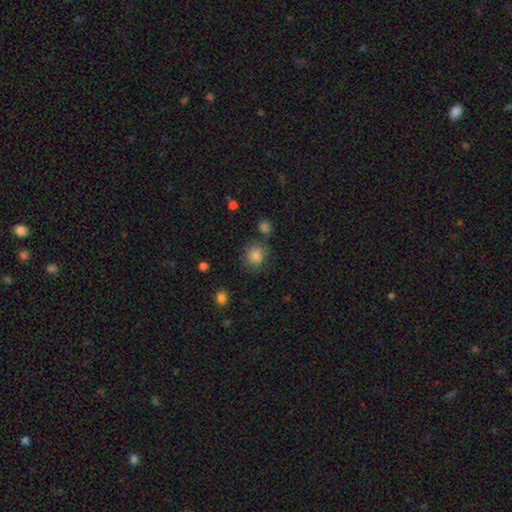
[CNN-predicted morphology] Smooth or featured? smooth (81%)
How rounded? round (81%)
Merging? none (71%)